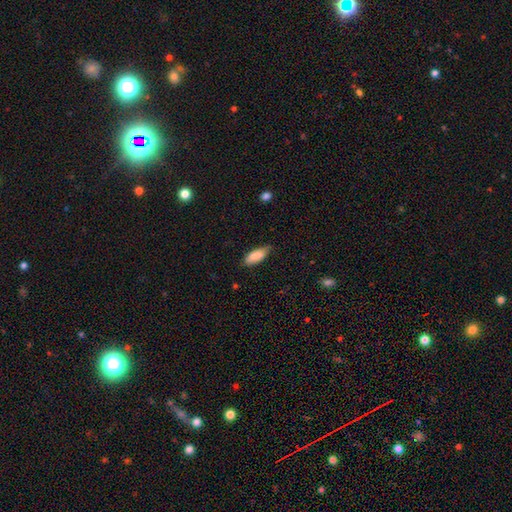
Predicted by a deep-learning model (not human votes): This is clearly a smooth galaxy (86%). How rounded: clearly in between (80%). Merging: likely none (66%).